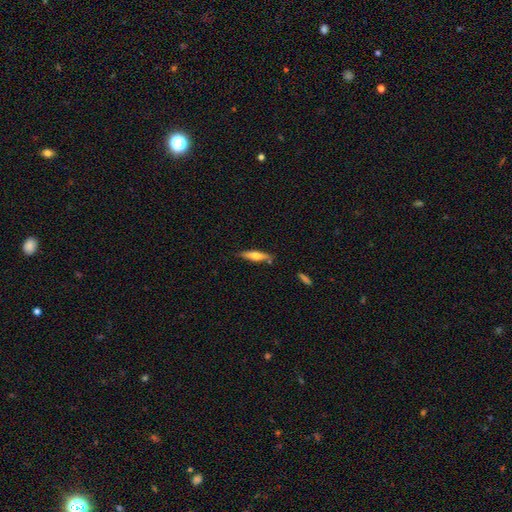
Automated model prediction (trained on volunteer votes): The model was most divided on "smooth or featured": smooth: 53%, featured or disk: 41%, star or artifact: 6%. More confident: merging — none (81%); how rounded — cigar-shaped (78%).